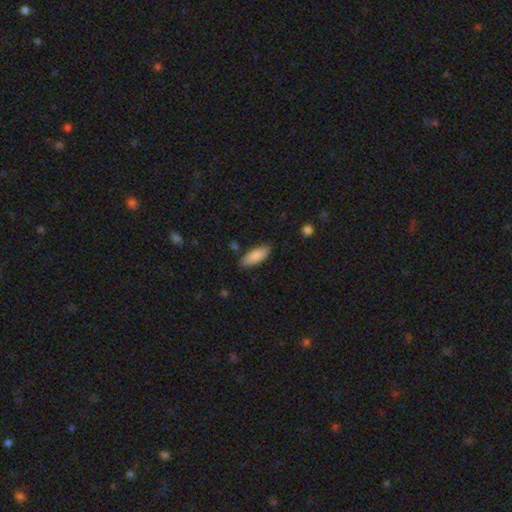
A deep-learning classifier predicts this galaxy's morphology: Smooth or featured? Predicted: smooth (p=0.85). How rounded? Predicted: in between (p=0.73). Merging? Predicted: none (p=0.82).